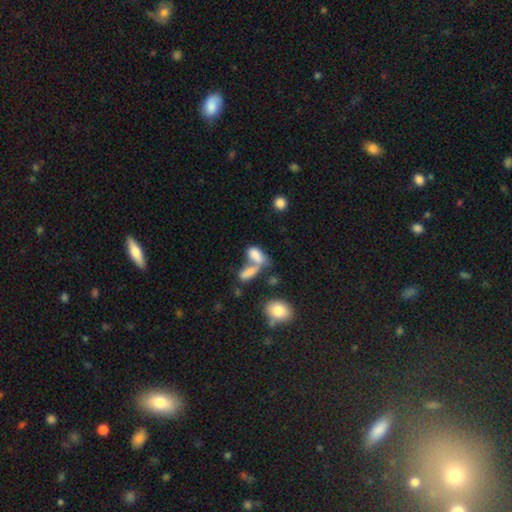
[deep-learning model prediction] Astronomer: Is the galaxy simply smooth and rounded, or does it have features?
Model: smooth — 77%.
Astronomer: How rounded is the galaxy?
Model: in between — 83%.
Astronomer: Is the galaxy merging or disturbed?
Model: merger — 61%.